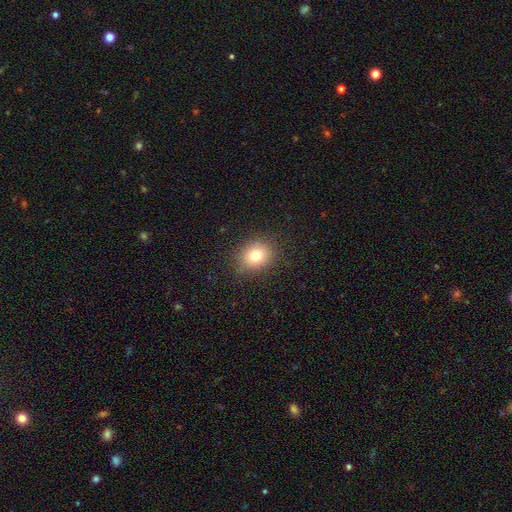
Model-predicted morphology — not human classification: smooth 78%, star or artifact 13%, featured or disk 9%. Down the decision tree: how rounded — round (68%); merging — none (86%).